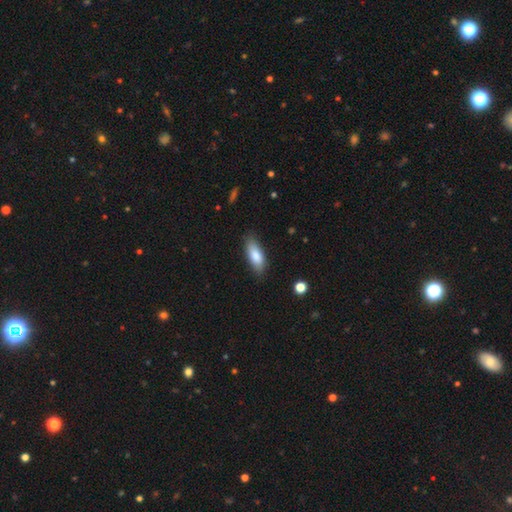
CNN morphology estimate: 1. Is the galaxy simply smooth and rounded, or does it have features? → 83% smooth, 11% featured or disk, 6% star or artifact.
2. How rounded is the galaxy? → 75% in between, 23% cigar-shaped, 2% round.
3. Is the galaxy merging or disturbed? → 81% none, 15% minor disturbance, 3% major disturbance, 1% merger.